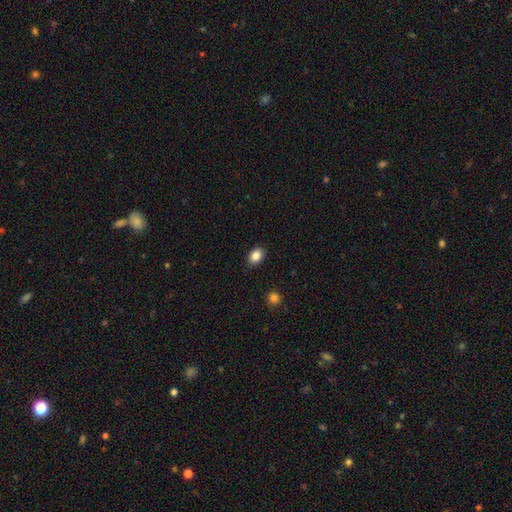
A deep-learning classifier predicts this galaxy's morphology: Overall: smooth (86%). How rounded: in between (68%; round 31%). Merging: none (89%).